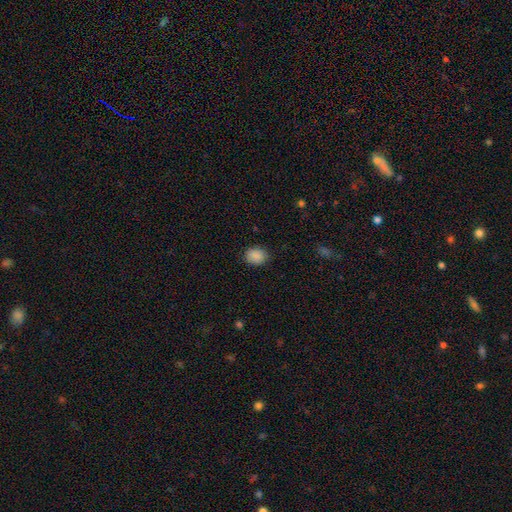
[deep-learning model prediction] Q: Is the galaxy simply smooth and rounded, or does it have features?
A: smooth — 89%.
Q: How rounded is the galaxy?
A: round — 53%.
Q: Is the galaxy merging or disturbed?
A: none — 86%.